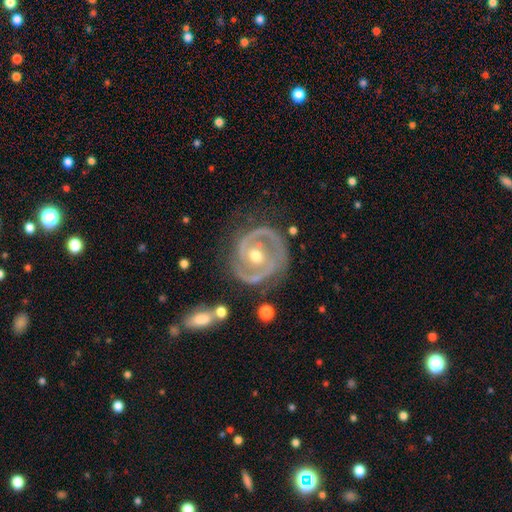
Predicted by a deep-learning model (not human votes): featured or disk 88%, smooth 7%, star or artifact 5%. Down the decision tree: edge-on disk — no (97%); bar — no (56%); spiral arms — yes (91%); spiral arm count — 2 (73%); spiral winding — tight (58%); bulge size — moderate (71%); merging — none (75%).